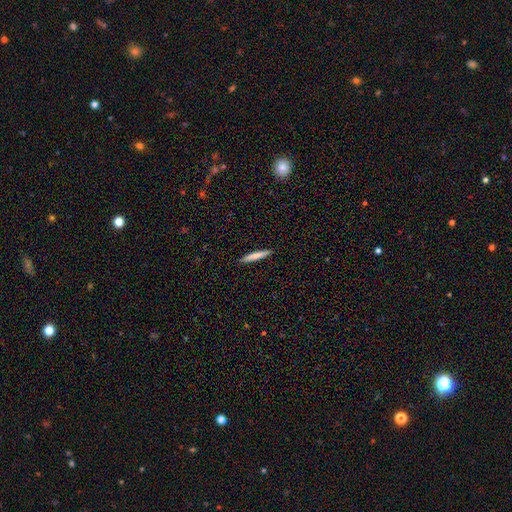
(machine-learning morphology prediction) This is likely a smooth galaxy (77%). How rounded: clearly cigar-shaped (95%). Merging: clearly none (92%).